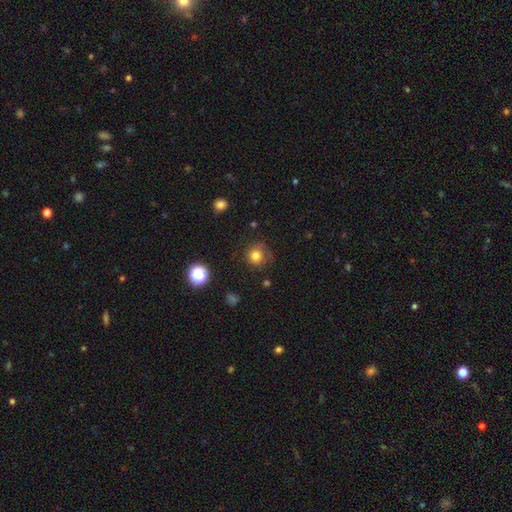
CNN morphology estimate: Smooth or featured? Predicted: smooth (p=0.78). How rounded? Predicted: round (p=0.90). Merging? Predicted: none (p=0.72).